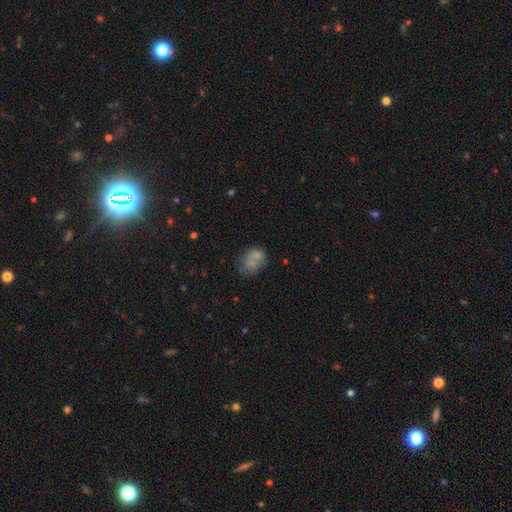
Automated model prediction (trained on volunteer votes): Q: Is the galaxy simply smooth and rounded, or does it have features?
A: smooth — 57%.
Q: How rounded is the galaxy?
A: in between — 51%.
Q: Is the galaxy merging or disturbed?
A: none — 45%.